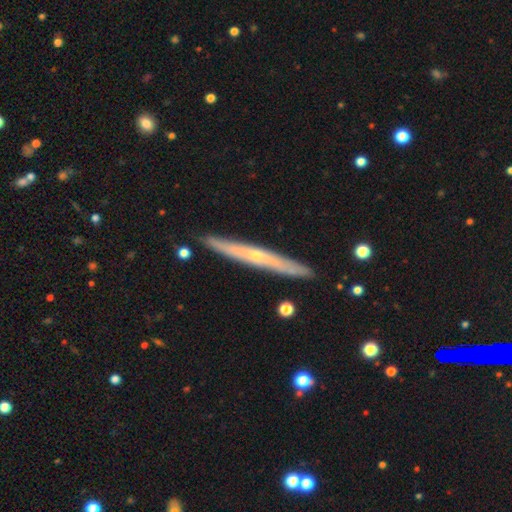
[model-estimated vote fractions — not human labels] Smooth or featured: featured or disk — 65% (smooth — 30%)
Edge-on disk: yes — 94% (no — 6%)
Edge-on bulge: rounded — 58% (none — 39%)
Merging: none — 90% (minor disturbance — 7%)